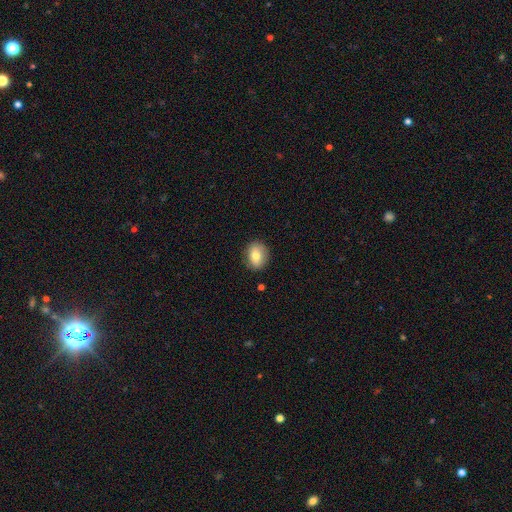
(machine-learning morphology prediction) smooth 75%, featured or disk 16%, star or artifact 9%. Down the decision tree: how rounded — in between (50%); merging — none (86%).